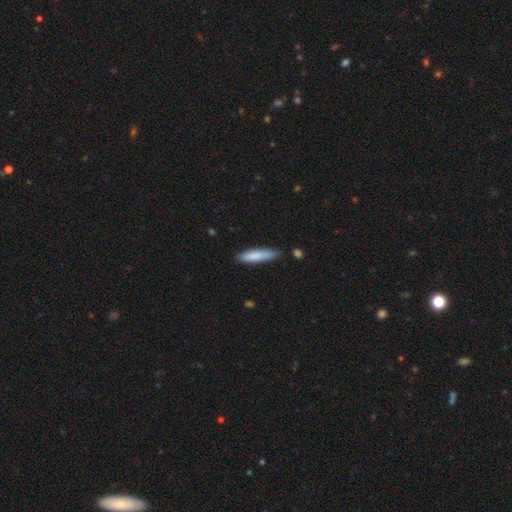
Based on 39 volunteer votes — Smooth or featured?
  - smooth: 95% *
  - featured or disk: 3%
  - star or artifact: 3%
How rounded?
  - cigar-shaped: 78% *
  - in between: 22%
  - round: 0%
Merging?
  - none: 79% *
  - minor disturbance: 21%
  - major disturbance: 0%
  - merger: 0%